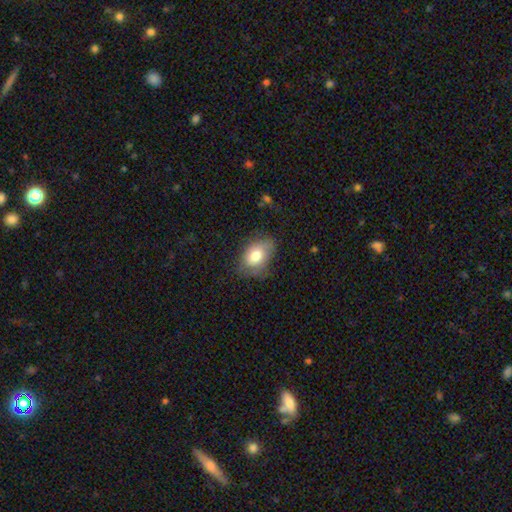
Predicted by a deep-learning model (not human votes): Q: Smooth or featured?
A: smooth (76%); runner-up: featured or disk (16%)
Q: How rounded?
A: in between (86%); runner-up: round (13%)
Q: Merging?
A: none (60%); runner-up: minor disturbance (29%)